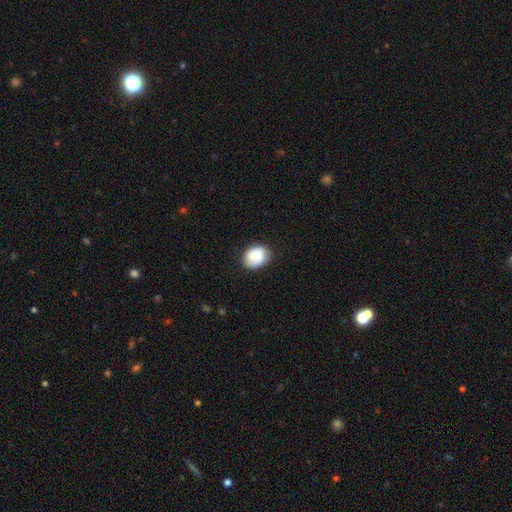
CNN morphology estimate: Overall: smooth (64%; featured or disk 28%). How rounded: in between (67%; round 32%). Merging: none (72%).